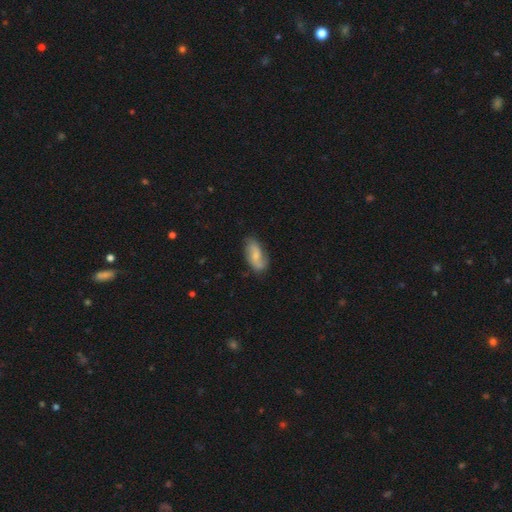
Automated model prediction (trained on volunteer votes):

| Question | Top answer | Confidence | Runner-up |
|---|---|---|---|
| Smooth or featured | featured or disk | 50% | smooth (42%) |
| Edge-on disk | no | 94% | yes (6%) |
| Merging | none | 69% | minor disturbance (22%) |